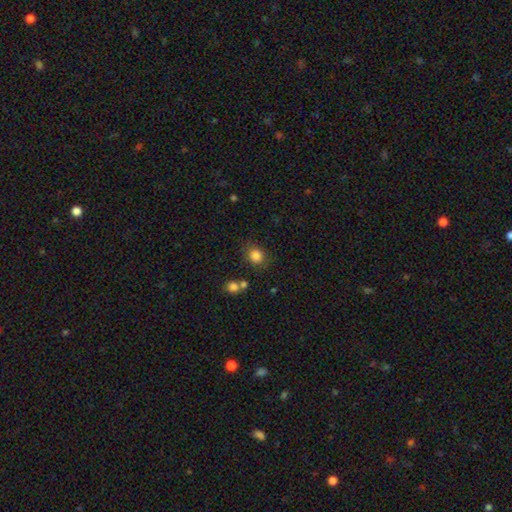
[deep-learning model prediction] The model was most divided on "how rounded": round: 77%, in between: 22%, cigar-shaped: 1%. More confident: smooth or featured — smooth (84%); merging — none (78%).